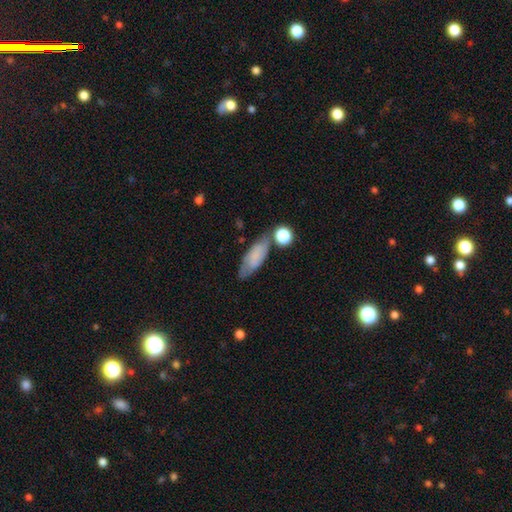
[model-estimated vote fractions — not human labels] This appears to be a smooth galaxy with no disk features (62%) that is in between round and cigar-shaped (68%). Merging: none (64%).